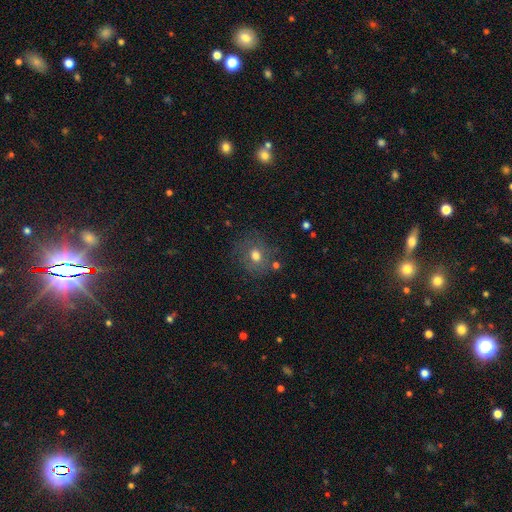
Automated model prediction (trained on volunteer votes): smooth_or_featured: smooth (p=0.66) [alt: featured or disk p=0.20]
how_rounded: round (p=0.73) [alt: in between p=0.26]
merging: none (p=0.72) [alt: minor disturbance p=0.17]